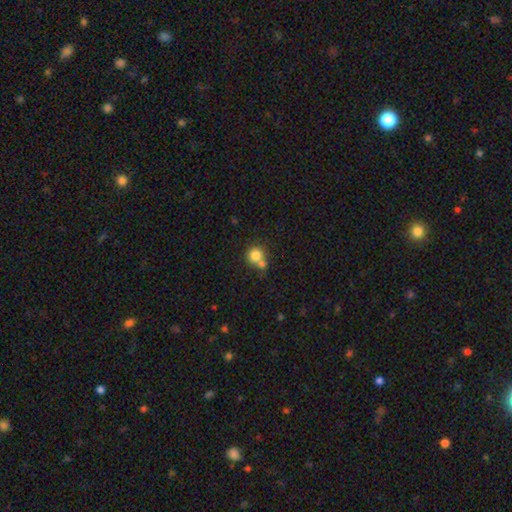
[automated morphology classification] Q: Smooth or featured?
A: smooth (80%); runner-up: star or artifact (11%)
Q: How rounded?
A: round (88%); runner-up: in between (11%)
Q: Merging?
A: none (48%); runner-up: merger (40%)